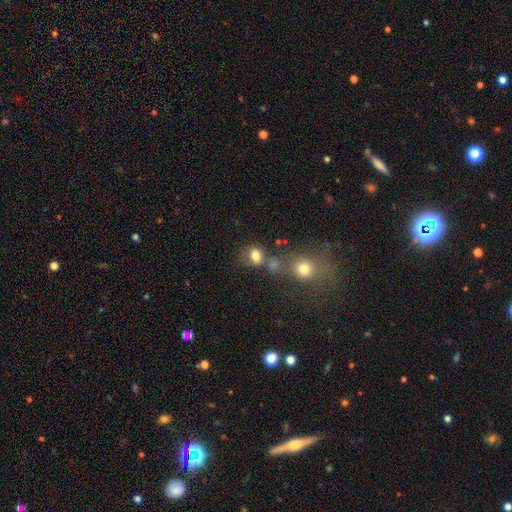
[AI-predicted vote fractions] Smooth or featured?
  - smooth: 79% *
  - star or artifact: 13%
  - featured or disk: 7%
How rounded?
  - in between: 50% *
  - round: 48%
  - cigar-shaped: 1%
Merging?
  - none: 55% *
  - merger: 23%
  - minor disturbance: 14%
  - major disturbance: 7%